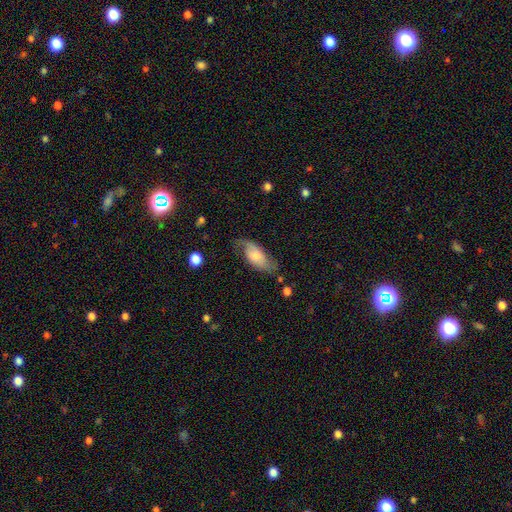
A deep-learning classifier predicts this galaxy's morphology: Smooth or featured? Predicted: featured or disk (p=0.48). Merging? Predicted: none (p=0.56).